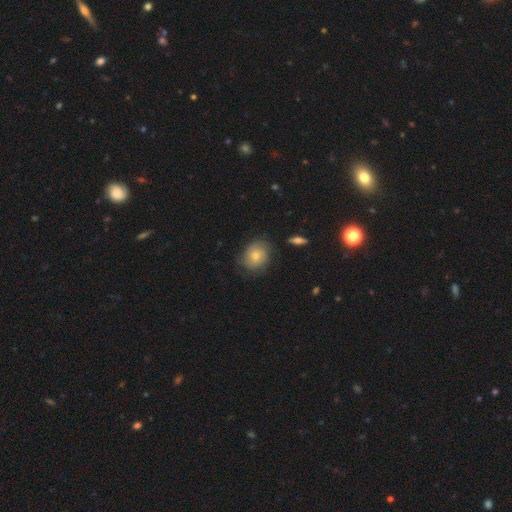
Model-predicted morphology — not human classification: type=smooth (54%); roundness=round (61%); merging=none (68%).